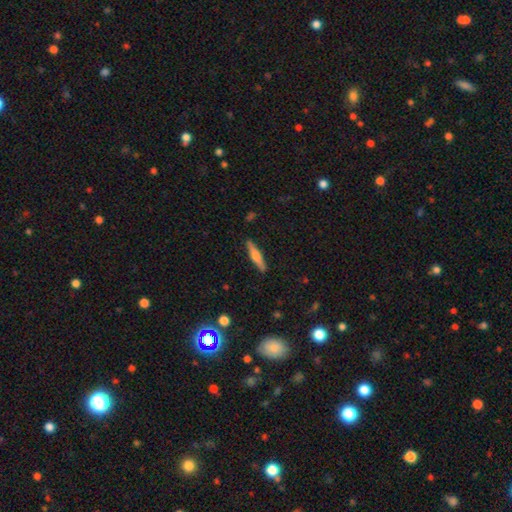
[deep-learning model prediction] A featured or disk galaxy (53%) viewed edge-on (96%) with a rounded central bulge (85%). Merging: none (90%).